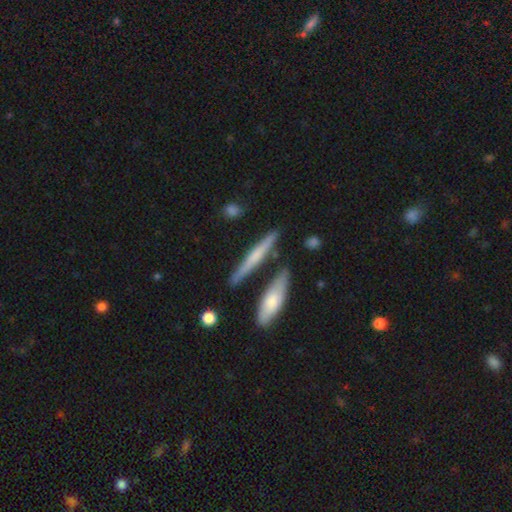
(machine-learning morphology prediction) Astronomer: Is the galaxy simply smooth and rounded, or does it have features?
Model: smooth — 48% (runner-up: featured or disk, 46%).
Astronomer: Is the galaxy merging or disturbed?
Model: none — 79%.